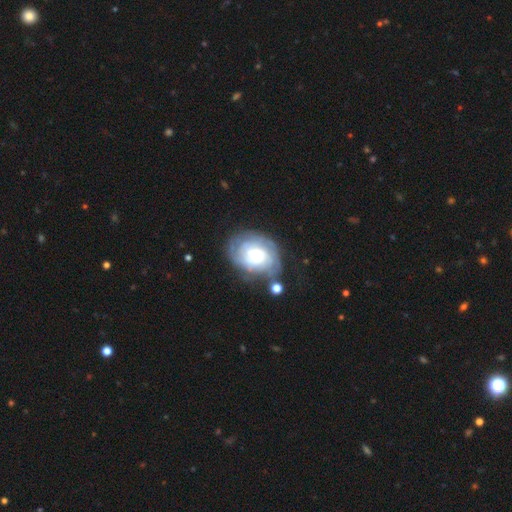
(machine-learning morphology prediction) type=featured or disk (67%); edge-on=no (97%); bar=no (70%); spiral arms=yes (80%); winding=tight (64%); arm count=can't tell (57%); bulge=large (38%); merging=none (53%).